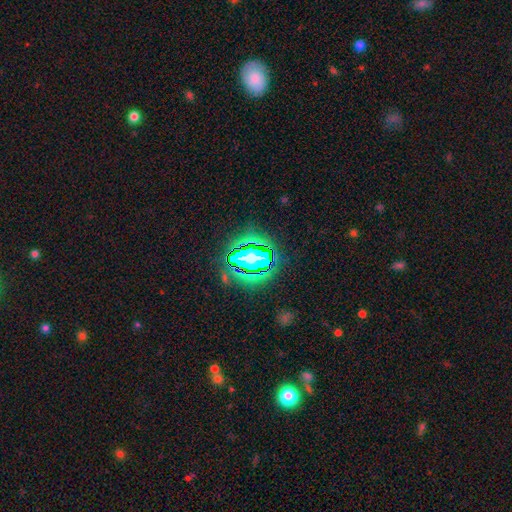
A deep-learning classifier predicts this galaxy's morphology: This is likely a star or artifact rather than a galaxy (70%).